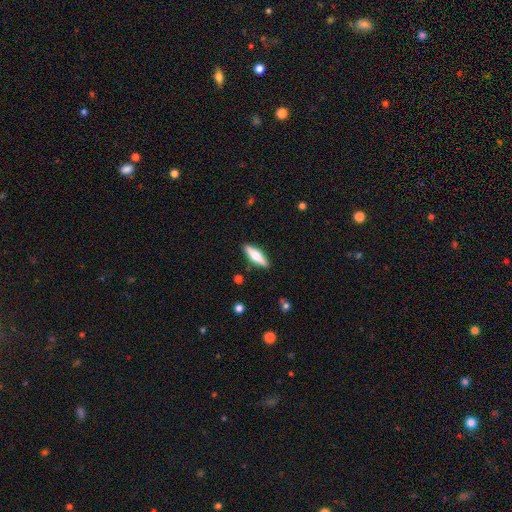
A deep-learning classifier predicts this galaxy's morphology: Smooth or featured? Predicted: smooth (p=0.55). How rounded? Predicted: cigar-shaped (p=0.64). Merging? Predicted: none (p=0.89).